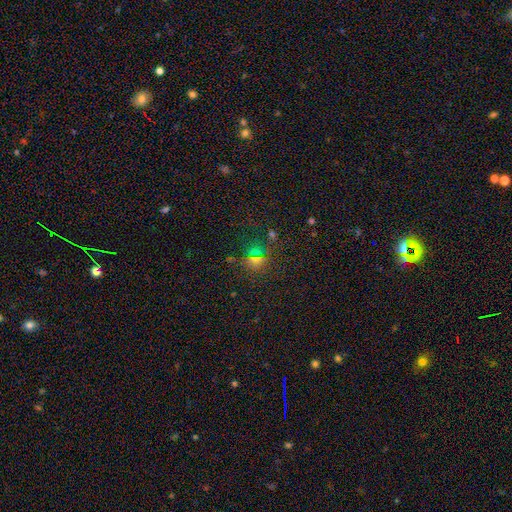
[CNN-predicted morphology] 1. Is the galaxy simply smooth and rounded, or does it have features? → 46% smooth, 44% star or artifact, 10% featured or disk.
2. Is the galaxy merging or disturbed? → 76% none, 11% minor disturbance, 7% major disturbance, 5% merger.